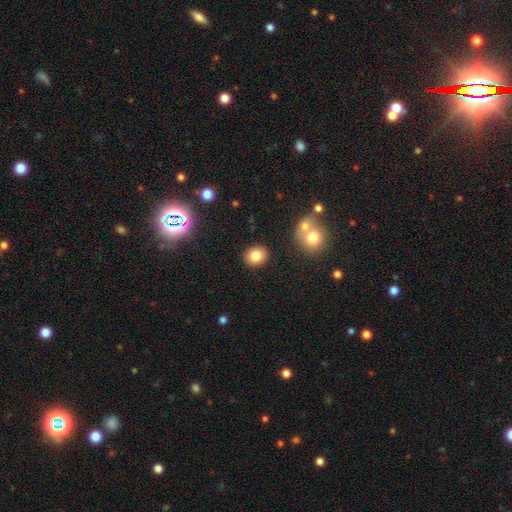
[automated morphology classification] This appears to be a smooth galaxy with no disk features (82%) that is round (72%). Merging: none (88%).